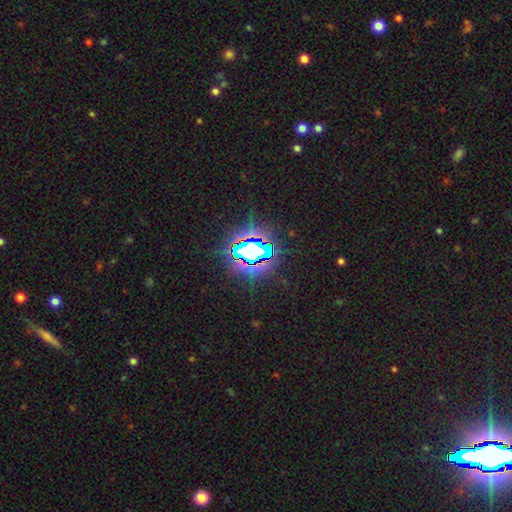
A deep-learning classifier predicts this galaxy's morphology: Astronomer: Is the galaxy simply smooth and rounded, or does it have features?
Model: star or artifact — 70%.